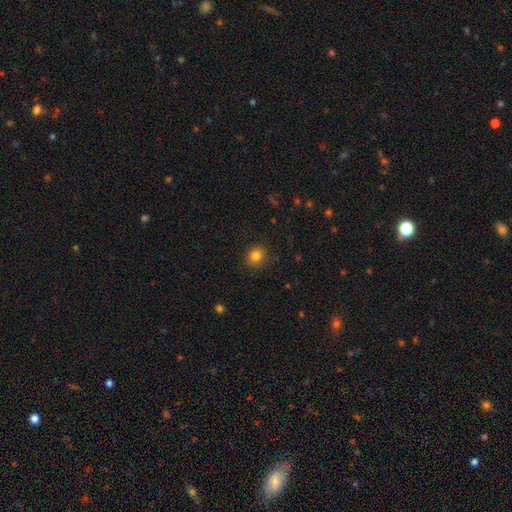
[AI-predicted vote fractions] A smooth galaxy with no disk features (82%) that is round (82%).

Vote fractions:
- Smooth or featured? smooth: 82% / star or artifact: 12% / featured or disk: 6%
- How rounded? round: 82% / in between: 17% / cigar-shaped: 1%
- Merging? none: 88% / minor disturbance: 8% / major disturbance: 2% / merger: 1%